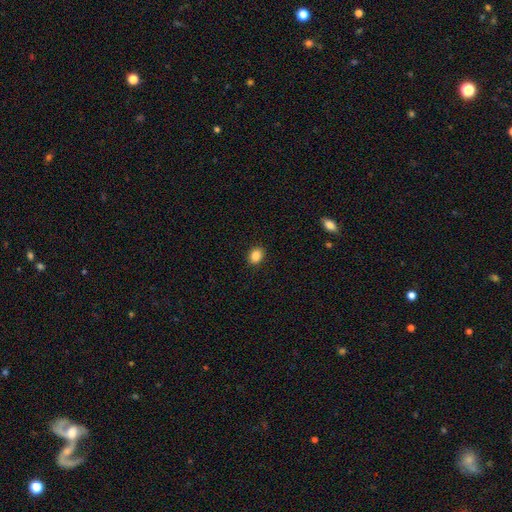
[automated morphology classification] Q: Smooth or featured?
A: smooth (88%); runner-up: star or artifact (9%)
Q: How rounded?
A: in between (56%); runner-up: round (43%)
Q: Merging?
A: none (89%); runner-up: minor disturbance (8%)